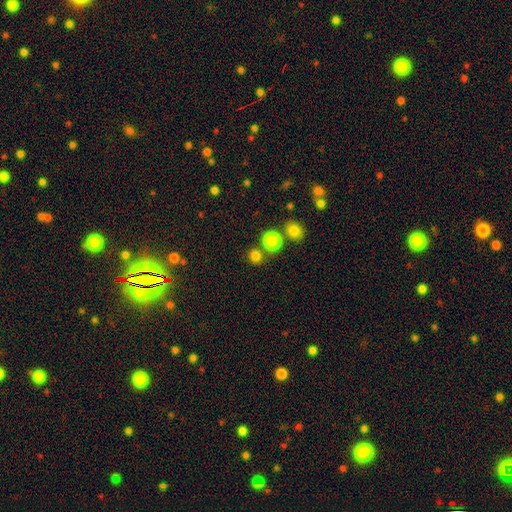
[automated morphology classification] type=smooth (80%); roundness=round (87%); merging=none (71%).